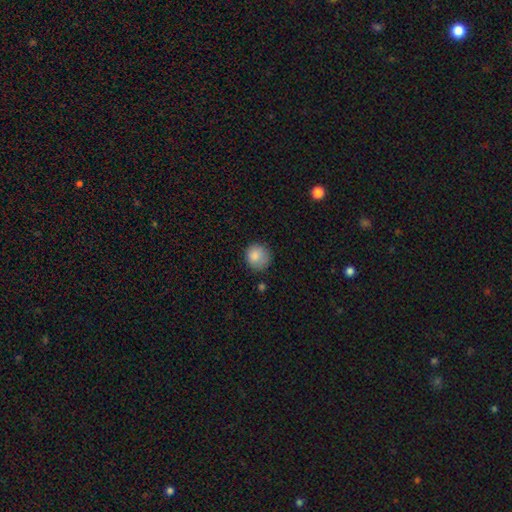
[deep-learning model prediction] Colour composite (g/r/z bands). It shows a smooth galaxy with no disk features (86%) that is round (88%). Merging: none (76%).